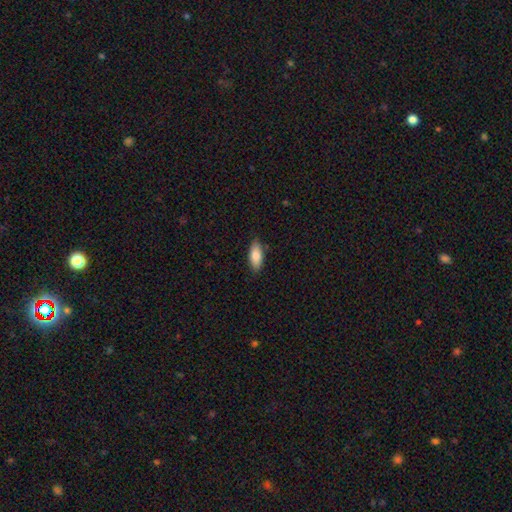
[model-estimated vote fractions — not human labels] This is clearly a smooth galaxy (82%). How rounded: clearly in between (82%). Merging: clearly none (84%).